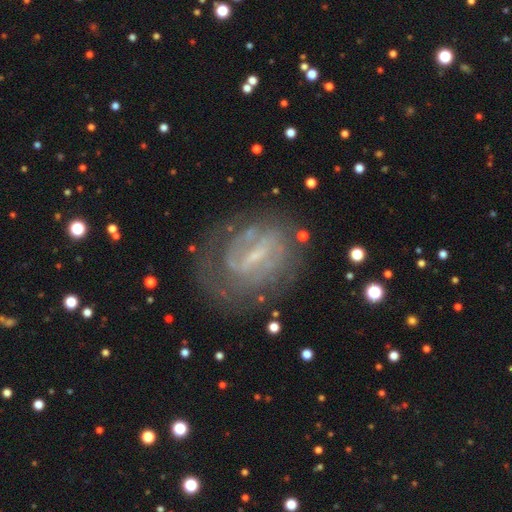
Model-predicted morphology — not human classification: type=featured or disk (79%); edge-on=no (95%); bar=strong (44%); spiral arms=yes (82%); winding=tight (57%); arm count=can't tell (42%); bulge=small (63%); merging=none (68%).